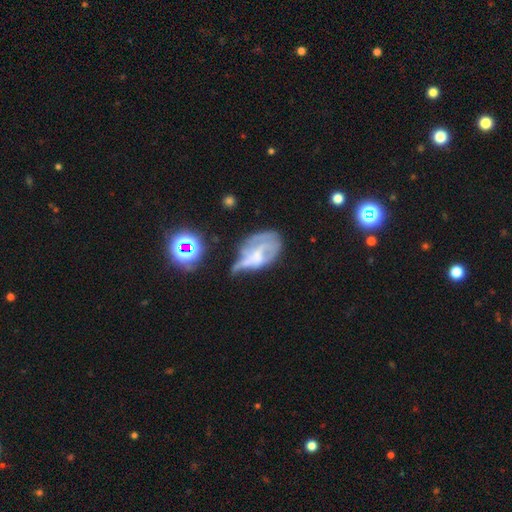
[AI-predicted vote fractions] Smooth or featured? featured or disk (55%)
Edge-on disk? no (95%)
Bar? no (73%)
Spiral arms? no (66%)
Bulge size? none (53%)
Merging? major disturbance (38%)